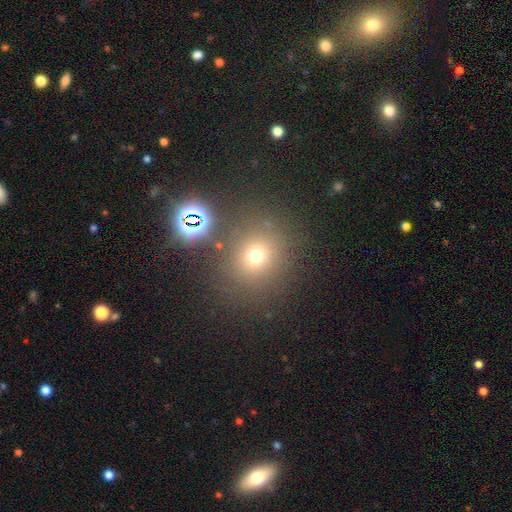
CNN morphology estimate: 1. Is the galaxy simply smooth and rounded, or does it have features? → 68% smooth, 22% star or artifact, 10% featured or disk.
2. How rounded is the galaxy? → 80% round, 19% in between, 1% cigar-shaped.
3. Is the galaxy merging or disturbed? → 78% none, 10% minor disturbance, 7% merger, 6% major disturbance.